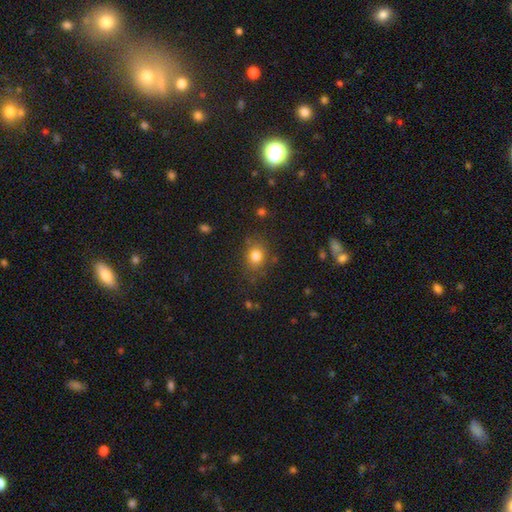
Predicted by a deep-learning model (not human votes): A smooth galaxy with no disk features (80%) that is round (60%).

Vote fractions:
- Smooth or featured? smooth: 80% / star or artifact: 13% / featured or disk: 8%
- How rounded? round: 60% / in between: 39% / cigar-shaped: 1%
- Merging? none: 80% / minor disturbance: 13% / major disturbance: 5% / merger: 2%